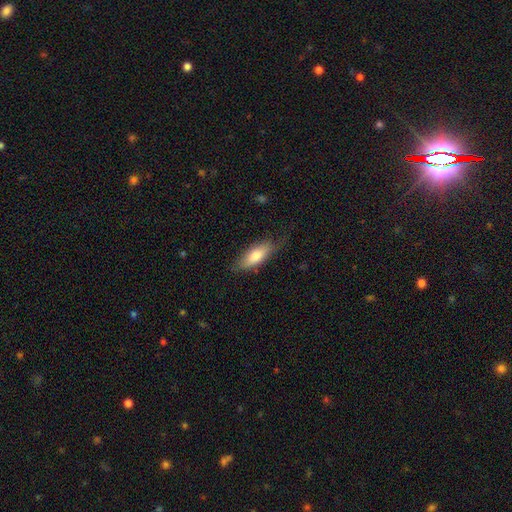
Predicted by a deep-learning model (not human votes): Overall: smooth (74%). How rounded: in between (71%). Merging: none (70%).